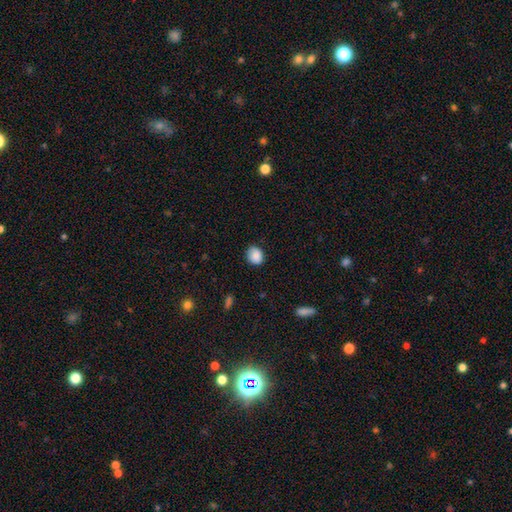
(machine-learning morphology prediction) Smooth or featured? Predicted: smooth (p=0.87). How rounded? Predicted: round (p=0.66). Merging? Predicted: none (p=0.81).